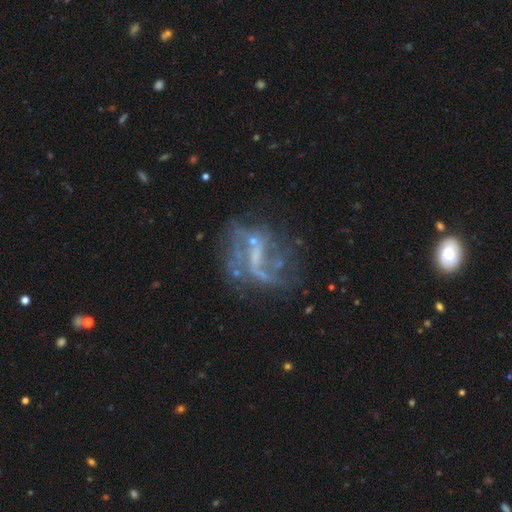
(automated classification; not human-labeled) smooth-or-featured: featured or disk: 74% | star or artifact: 15% | smooth: 12%
  disk-edge-on: no: 97% | yes: 3%
    bar: weak: 40% | no: 39% | strong: 21%
    has-spiral-arms: yes: 59% | no: 41%
    bulge-size: none: 49% | small: 37% | moderate: 12% | large: 1% | dominant: 1%
  merging: none: 42% | major disturbance: 33% | minor disturbance: 17% | merger: 8%